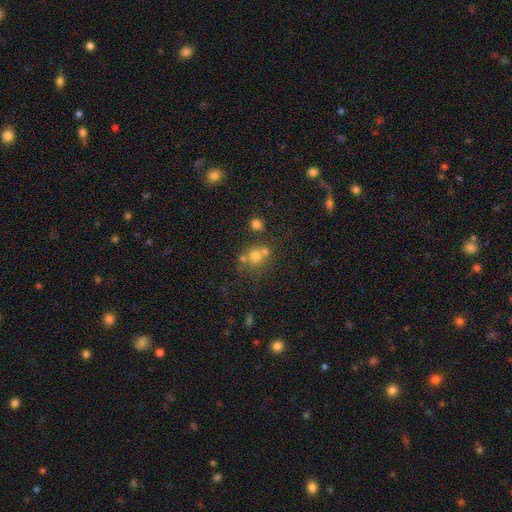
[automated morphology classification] Q: Smooth or featured?
A: smooth (64%); runner-up: star or artifact (21%)
Q: How rounded?
A: round (81%); runner-up: in between (18%)
Q: Merging?
A: none (48%); runner-up: merger (38%)